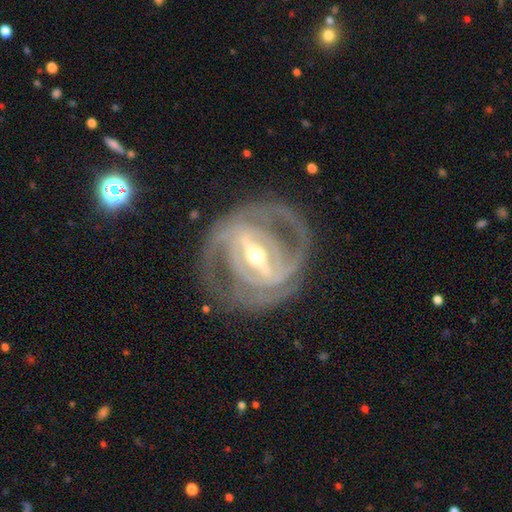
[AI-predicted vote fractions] Smooth or featured: featured or disk — 90% (smooth — 6%)
Edge-on disk: no — 94% (yes — 6%)
Bar: strong — 71% (weak — 21%)
Spiral arms: yes — 90% (no — 10%)
Spiral winding: tight — 62% (medium — 30%)
Spiral arm count: 2 — 43% (can't tell — 22%)
Bulge size: moderate — 54% (small — 40%)
Merging: none — 76% (minor disturbance — 14%)